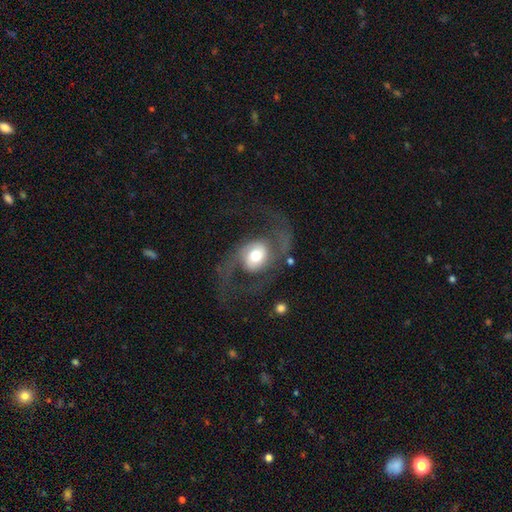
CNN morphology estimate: smooth_or_featured: featured or disk (p=0.78) [alt: smooth p=0.16]
disk_edge_on: no (p=0.96) [alt: yes p=0.04]
bar: no (p=0.63) [alt: weak p=0.27]
has_spiral_arms: yes (p=0.90) [alt: no p=0.10]
spiral_winding: loose (p=0.49) [alt: medium p=0.42]
spiral_arm_count: 2 (p=0.89) [alt: can't tell p=0.03]
bulge_size: moderate (p=0.53) [alt: large p=0.31]
merging: none (p=0.54) [alt: major disturbance p=0.29]